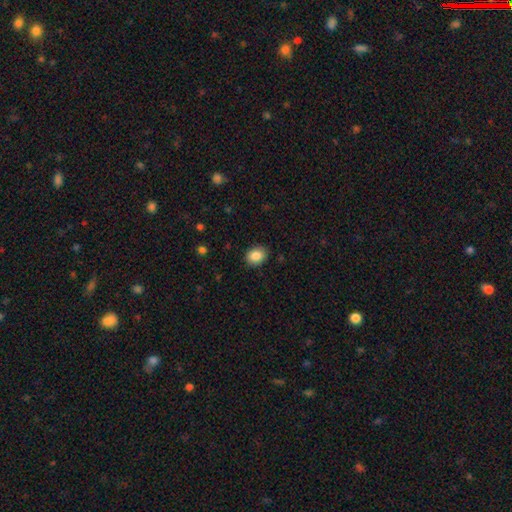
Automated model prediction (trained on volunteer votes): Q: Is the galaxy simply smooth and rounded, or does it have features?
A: smooth — 87%.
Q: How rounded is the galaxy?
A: in between — 53%.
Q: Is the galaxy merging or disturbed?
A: none — 88%.